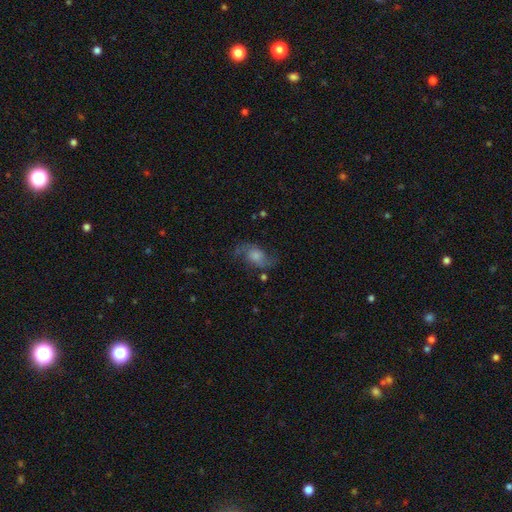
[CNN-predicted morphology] A featured or disk galaxy (60%) with no bar (71%), 2 (89%) loose (66%) spiral arms (88%) and a moderate central bulge (35%). Merging: none (62%).